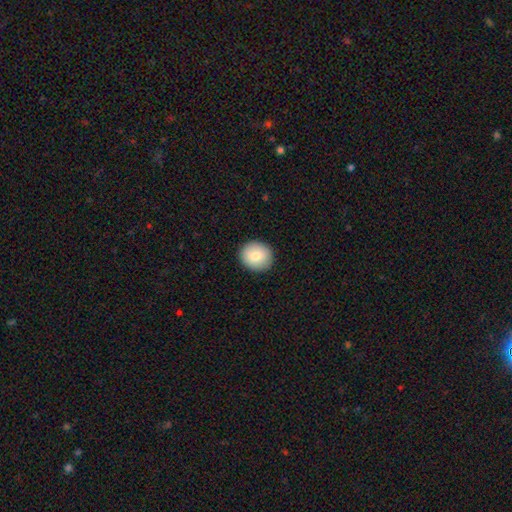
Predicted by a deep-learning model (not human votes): smooth_or_featured: smooth (p=0.82) [alt: featured or disk p=0.10]
how_rounded: round (p=0.83) [alt: in between p=0.16]
merging: none (p=0.91) [alt: minor disturbance p=0.06]